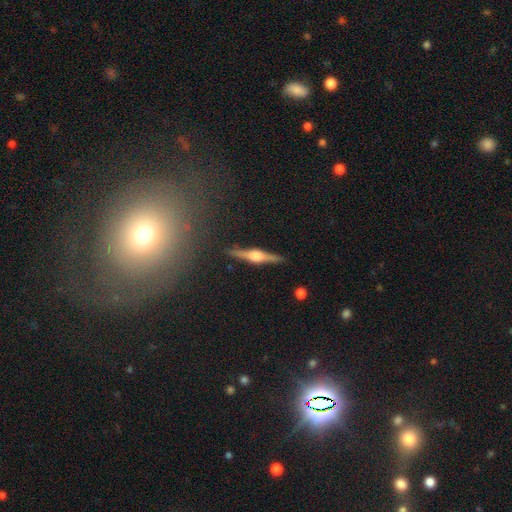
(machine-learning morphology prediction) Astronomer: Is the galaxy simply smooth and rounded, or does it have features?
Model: featured or disk — 78%.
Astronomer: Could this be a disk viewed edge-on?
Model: yes — 98%.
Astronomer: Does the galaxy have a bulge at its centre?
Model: rounded — 85%.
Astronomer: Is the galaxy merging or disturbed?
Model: none — 90%.